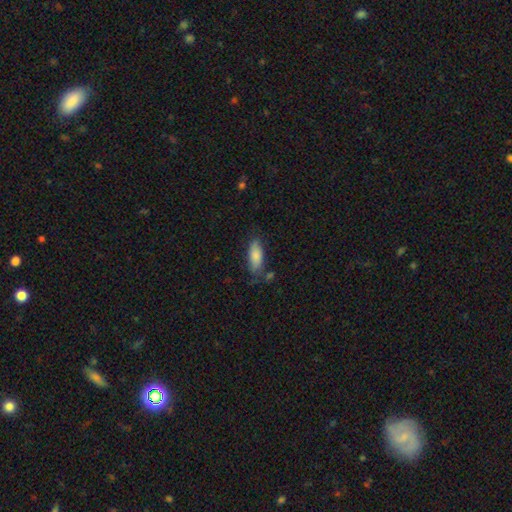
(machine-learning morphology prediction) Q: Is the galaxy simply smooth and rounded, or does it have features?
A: smooth — 83%.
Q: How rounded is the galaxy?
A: in between — 78%.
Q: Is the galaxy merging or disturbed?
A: none — 64%.